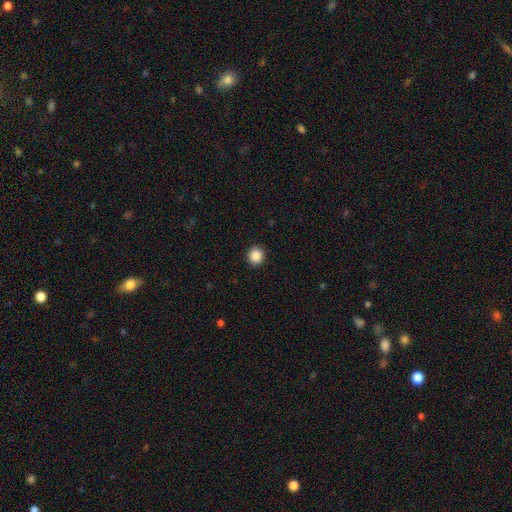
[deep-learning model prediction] smooth_or_featured: smooth (p=0.88) [alt: star or artifact p=0.09]
how_rounded: round (p=0.90) [alt: in between p=0.09]
merging: none (p=0.92) [alt: minor disturbance p=0.05]